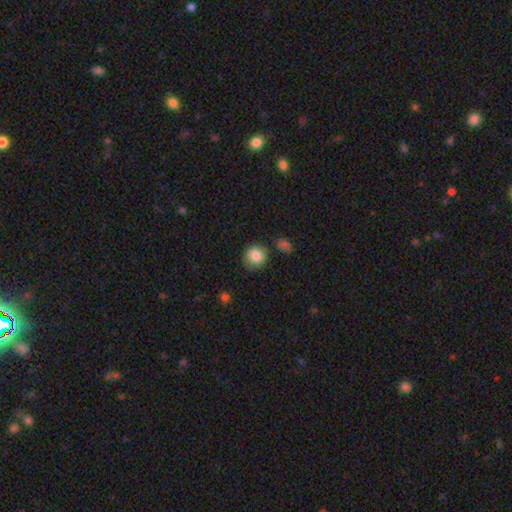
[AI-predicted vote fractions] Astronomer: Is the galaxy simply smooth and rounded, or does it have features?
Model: smooth — 82%.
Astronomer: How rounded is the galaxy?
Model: round — 83%.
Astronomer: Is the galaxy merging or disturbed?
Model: none — 73%.